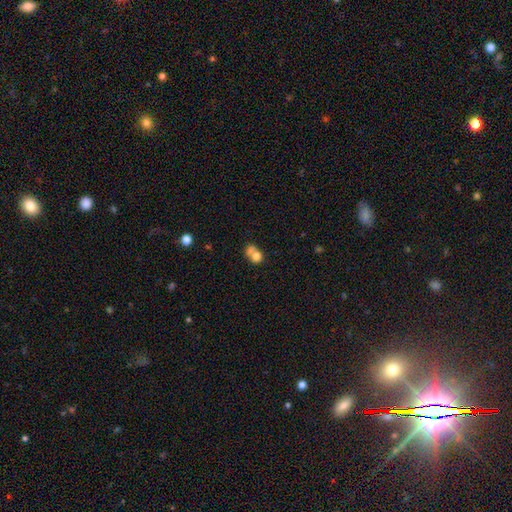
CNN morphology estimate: A smooth galaxy with no disk features (73%) that is round (61%).

Vote fractions:
- Smooth or featured? smooth: 73% / featured or disk: 16% / star or artifact: 11%
- How rounded? round: 61% / in between: 38% / cigar-shaped: 1%
- Merging? merger: 55% / none: 27% / minor disturbance: 10% / major disturbance: 7%